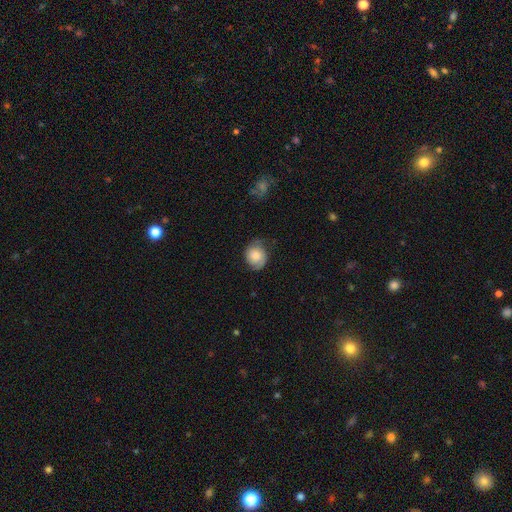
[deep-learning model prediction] smooth-or-featured: smooth: 58% | featured or disk: 33% | star or artifact: 8%
  how-rounded: round: 68% | in between: 31% | cigar-shaped: 1%
  merging: none: 58% | minor disturbance: 29% | major disturbance: 11% | merger: 2%